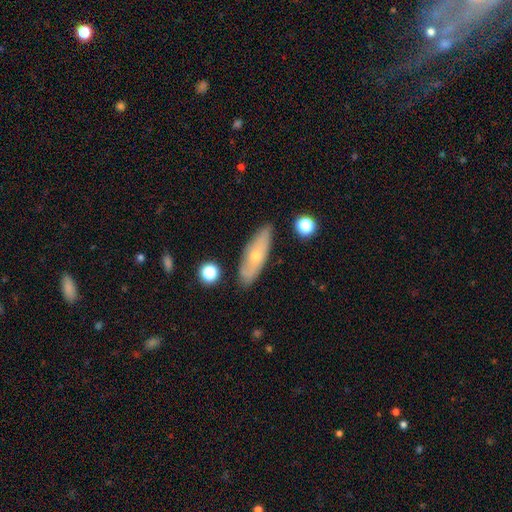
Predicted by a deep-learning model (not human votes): A smooth galaxy with no disk features (48%).

Vote fractions:
- Smooth or featured? smooth: 48% / featured or disk: 45% / star or artifact: 7%
- Merging? none: 82% / minor disturbance: 13% / major disturbance: 2% / merger: 2%